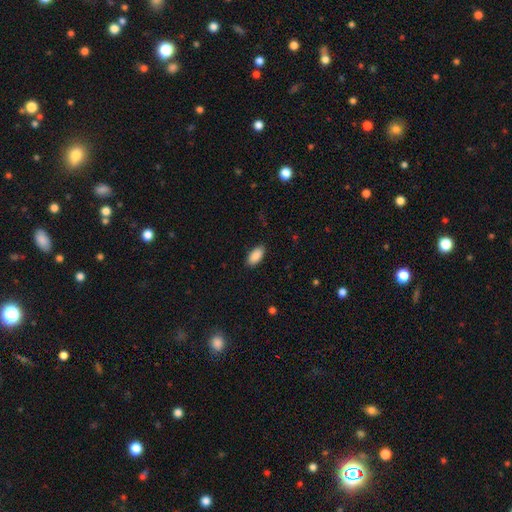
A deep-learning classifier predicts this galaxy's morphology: This appears to be a smooth galaxy with no disk features (90%) that is in between round and cigar-shaped (93%). Merging: none (88%).